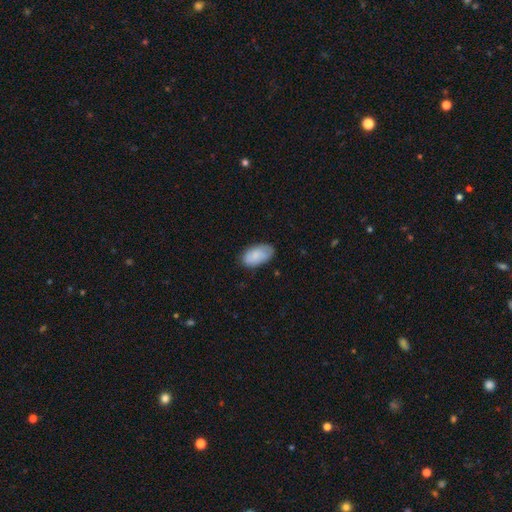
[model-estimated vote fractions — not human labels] The model was most divided on "merging": none: 75%, minor disturbance: 19%, major disturbance: 4%, merger: 1%. More confident: how rounded — in between (94%); smooth or featured — smooth (79%).